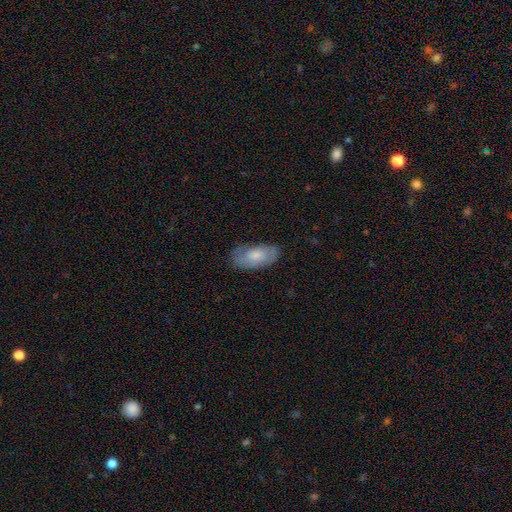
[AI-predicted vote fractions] A smooth galaxy with no disk features (58%) that is in between round and cigar-shaped (91%).

Vote fractions:
- Smooth or featured? smooth: 58% / featured or disk: 35% / star or artifact: 6%
- How rounded? in between: 91% / cigar-shaped: 6% / round: 3%
- Merging? none: 73% / minor disturbance: 20% / major disturbance: 6% / merger: 1%